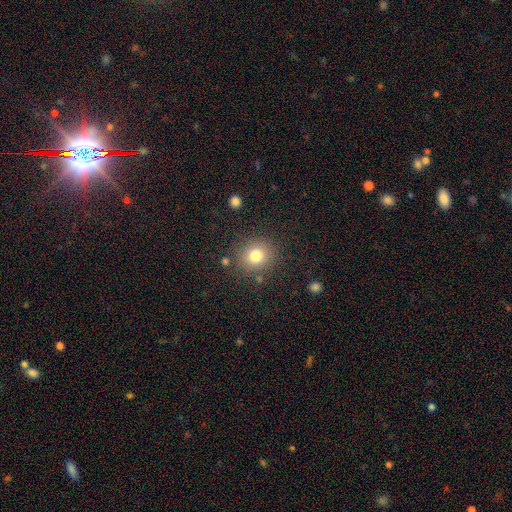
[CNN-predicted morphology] Overall: smooth (79%). How rounded: round (87%). Merging: none (84%).